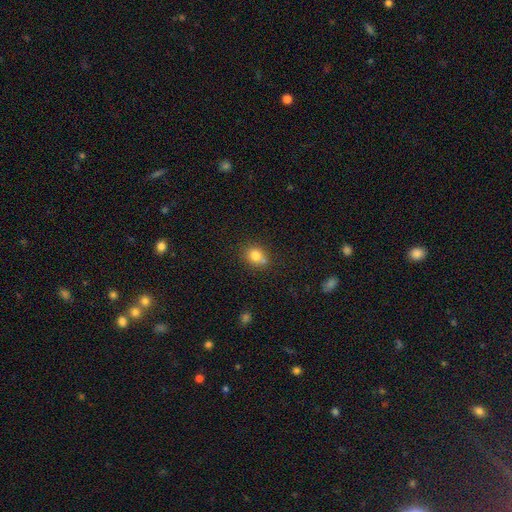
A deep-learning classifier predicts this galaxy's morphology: Smooth or featured: smooth — 79% (star or artifact — 11%)
How rounded: round — 70% (in between — 29%)
Merging: none — 60% (merger — 23%)